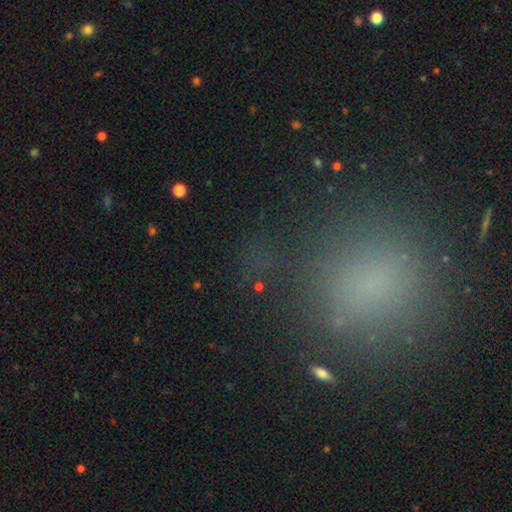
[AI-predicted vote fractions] Smooth or featured? Predicted: smooth (p=0.51). How rounded? Predicted: round (p=0.81). Merging? Predicted: none (p=0.76).